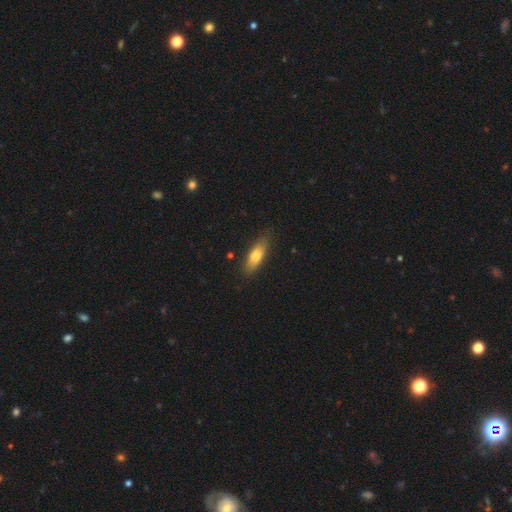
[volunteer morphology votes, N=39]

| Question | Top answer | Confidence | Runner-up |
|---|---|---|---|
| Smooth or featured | smooth | 64% | featured or disk (26%) |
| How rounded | cigar-shaped | 80% | in between (16%) |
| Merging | none | 80% | minor disturbance (14%) |